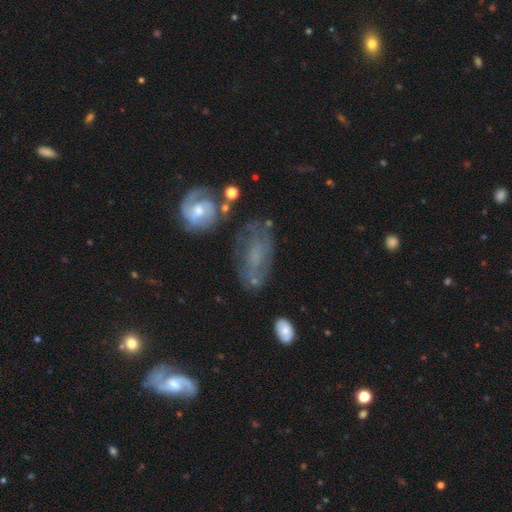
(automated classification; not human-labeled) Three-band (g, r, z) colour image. It shows a featured or disk galaxy (52%). Merging: none (58%).